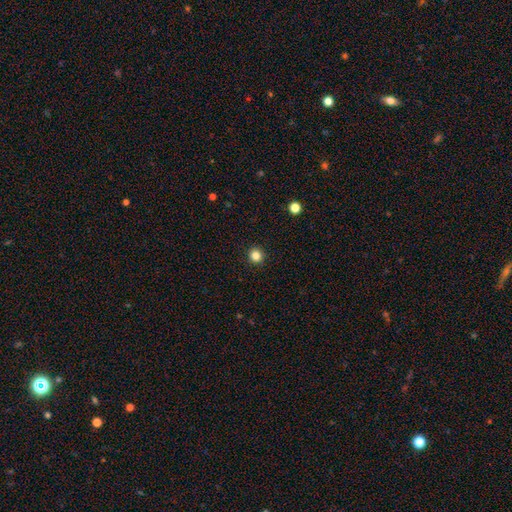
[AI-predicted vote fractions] Smooth or featured: smooth — 84% (star or artifact — 12%)
How rounded: round — 94% (in between — 5%)
Merging: none — 93% (minor disturbance — 4%)